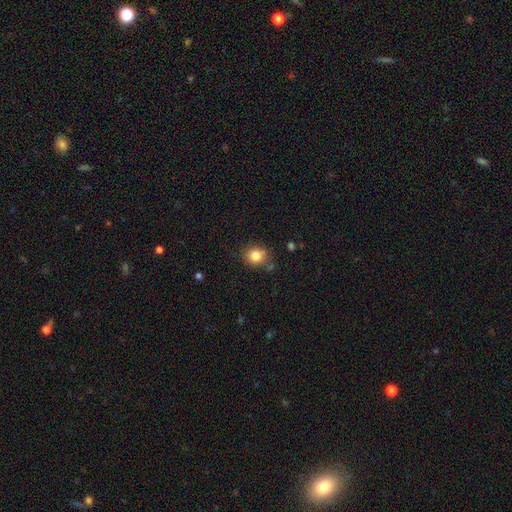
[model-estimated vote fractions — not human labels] This appears to be a smooth galaxy with no disk features (82%) that is round (71%). Merging: none (77%).